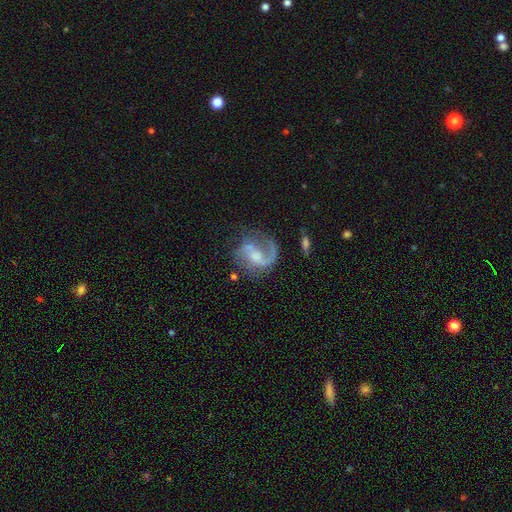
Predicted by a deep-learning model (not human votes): A featured or disk galaxy (83%) with a weak bar (45%), 2 (52%) medium (45%) spiral arms (95%) and a moderate central bulge (43%).

Vote fractions:
- Smooth or featured? featured or disk: 83% / smooth: 10% / star or artifact: 6%
- Edge-on disk? no: 98% / yes: 2%
- Bar? weak: 45% / no: 44% / strong: 11%
- Spiral arms? yes: 95% / no: 5%
- Spiral winding? medium: 45% / loose: 43% / tight: 13%
- Spiral arm count? 2: 52% / 1: 41% / can't tell: 4% / 3: 2% / 4: 1% / more than 4: 1%
- Bulge size? moderate: 43% / small: 32% / none: 16% / large: 8% / dominant: 2%
- Merging? none: 56% / major disturbance: 20% / minor disturbance: 19% / merger: 4%